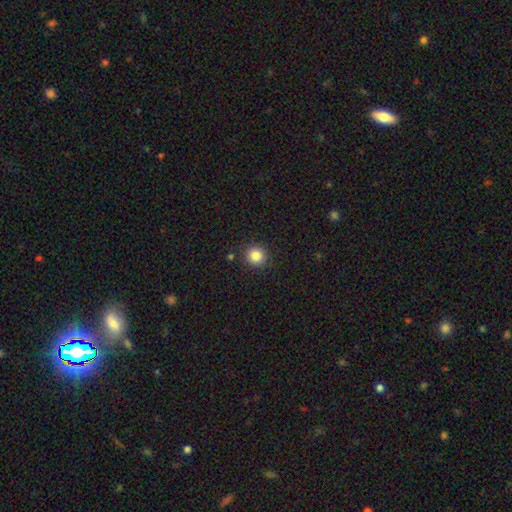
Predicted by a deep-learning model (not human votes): This is clearly a smooth galaxy (84%). How rounded: clearly round (92%). Merging: clearly none (89%).